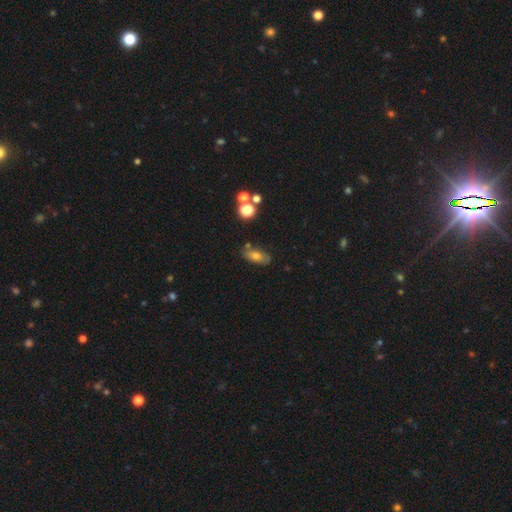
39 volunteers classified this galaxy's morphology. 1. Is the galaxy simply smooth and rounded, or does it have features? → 69% smooth, 26% featured or disk, 5% star or artifact.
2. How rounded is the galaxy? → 89% in between, 11% cigar-shaped, 0% round.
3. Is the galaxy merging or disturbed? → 73% none, 19% minor disturbance, 5% major disturbance, 3% merger.